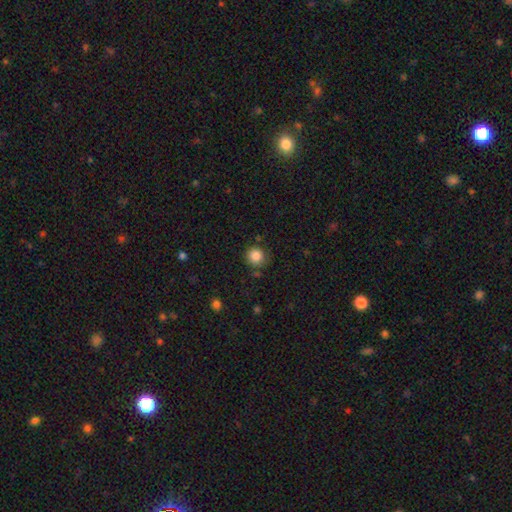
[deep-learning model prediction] The model was most divided on "merging": none: 83%, minor disturbance: 11%, merger: 3%, major disturbance: 3%. More confident: how rounded — round (92%); smooth or featured — smooth (86%).